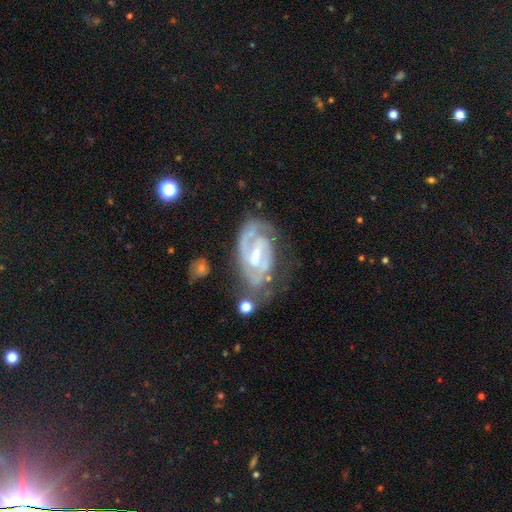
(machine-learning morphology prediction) Q: Smooth or featured?
A: featured or disk (87%); runner-up: smooth (8%)
Q: Edge-on disk?
A: no (96%); runner-up: yes (4%)
Q: Bar?
A: weak (50%); runner-up: strong (34%)
Q: Spiral arms?
A: yes (94%); runner-up: no (6%)
Q: Spiral winding?
A: tight (54%); runner-up: medium (37%)
Q: Spiral arm count?
A: 2 (57%); runner-up: can't tell (18%)
Q: Bulge size?
A: moderate (49%); runner-up: small (40%)
Q: Merging?
A: none (52%); runner-up: minor disturbance (24%)